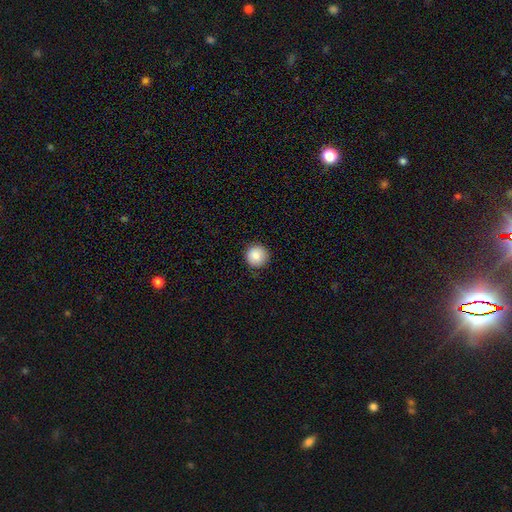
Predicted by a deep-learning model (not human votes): Morphology: type=smooth (86%); roundness=round (95%); merging=none (89%).